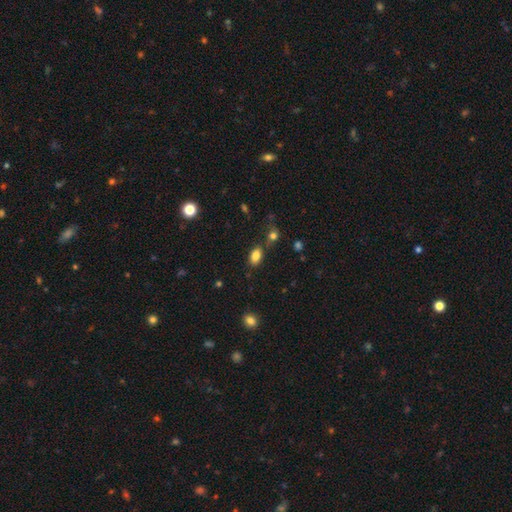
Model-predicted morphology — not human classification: smooth_or_featured: smooth (p=0.82) [alt: star or artifact p=0.10]
how_rounded: in between (p=0.87) [alt: round p=0.11]
merging: none (p=0.71) [alt: minor disturbance p=0.13]